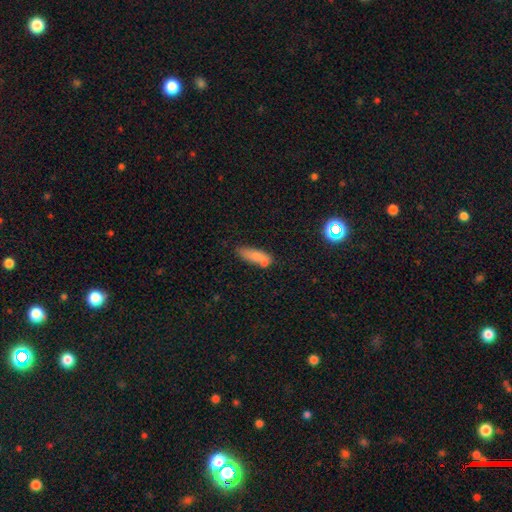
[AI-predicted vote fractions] This is likely a smooth galaxy (74%). How rounded: possibly in between (59%). Merging: possibly none (54%).